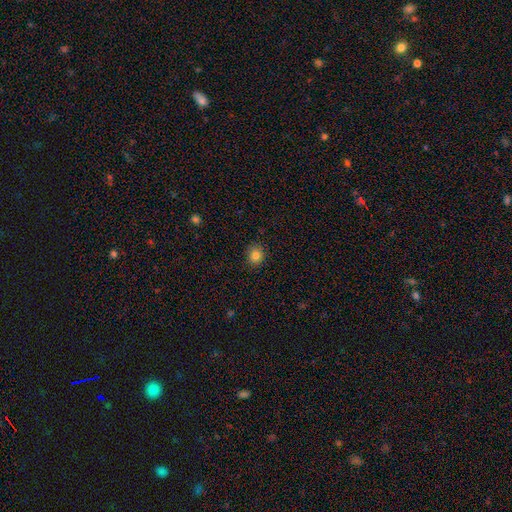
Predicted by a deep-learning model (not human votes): Q: Smooth or featured?
A: smooth (82%); runner-up: star or artifact (12%)
Q: How rounded?
A: round (77%); runner-up: in between (22%)
Q: Merging?
A: none (90%); runner-up: minor disturbance (7%)